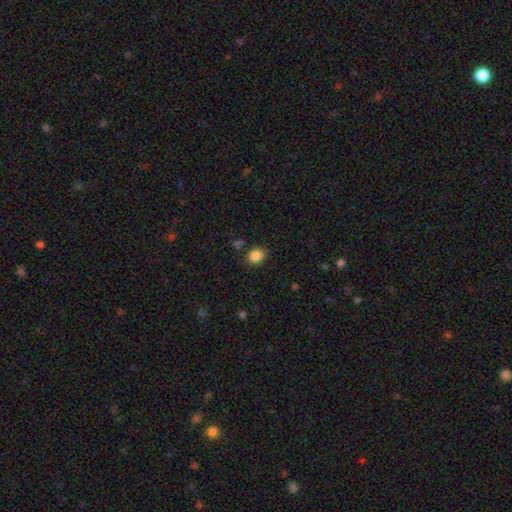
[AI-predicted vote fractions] The model was most divided on "how rounded": round: 61%, in between: 38%, cigar-shaped: 1%. More confident: smooth or featured — smooth (85%); merging — none (82%).